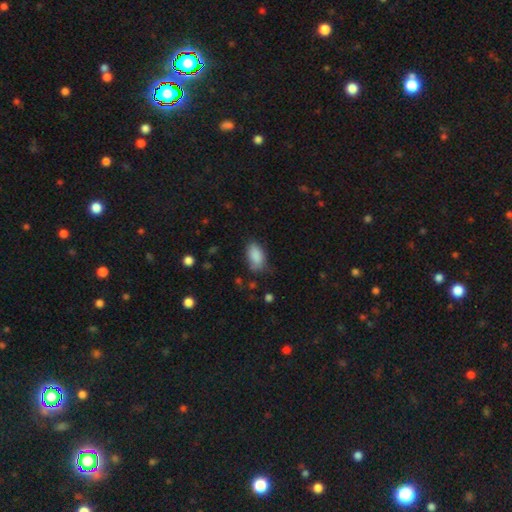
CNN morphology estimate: This appears to be a smooth galaxy with no disk features (87%) that is in between round and cigar-shaped (92%). Merging: none (63%).